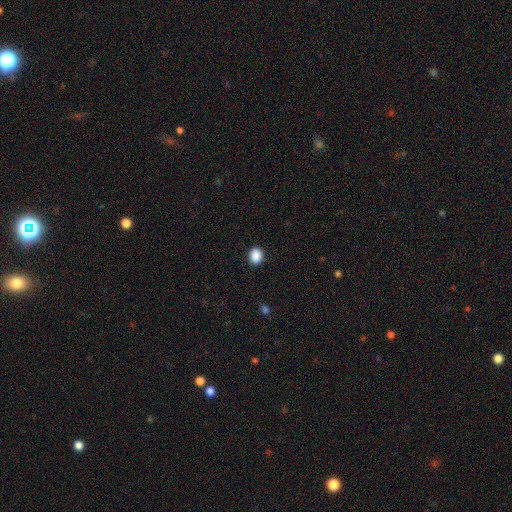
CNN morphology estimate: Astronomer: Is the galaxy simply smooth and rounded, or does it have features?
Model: smooth — 89%.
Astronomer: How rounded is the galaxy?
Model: round — 52% (runner-up: in between, 47%).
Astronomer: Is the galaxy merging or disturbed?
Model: none — 91%.